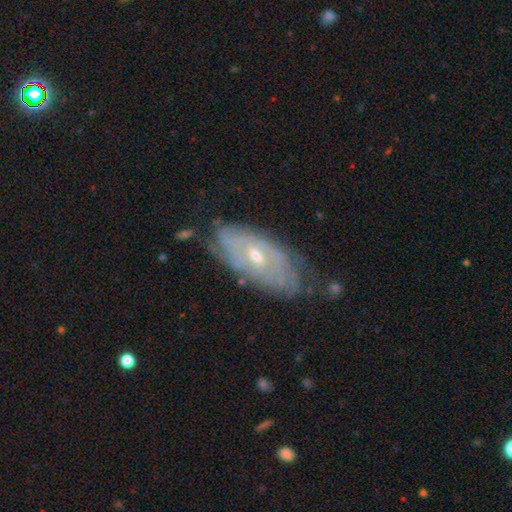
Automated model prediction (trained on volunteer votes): Q: Smooth or featured?
A: featured or disk (77%); runner-up: smooth (17%)
Q: Edge-on disk?
A: no (90%); runner-up: yes (10%)
Q: Bar?
A: weak (48%); runner-up: no (40%)
Q: Spiral arms?
A: yes (84%); runner-up: no (16%)
Q: Spiral winding?
A: tight (68%); runner-up: medium (24%)
Q: Spiral arm count?
A: can't tell (60%); runner-up: 2 (18%)
Q: Bulge size?
A: small (53%); runner-up: moderate (43%)
Q: Merging?
A: none (66%); runner-up: minor disturbance (24%)